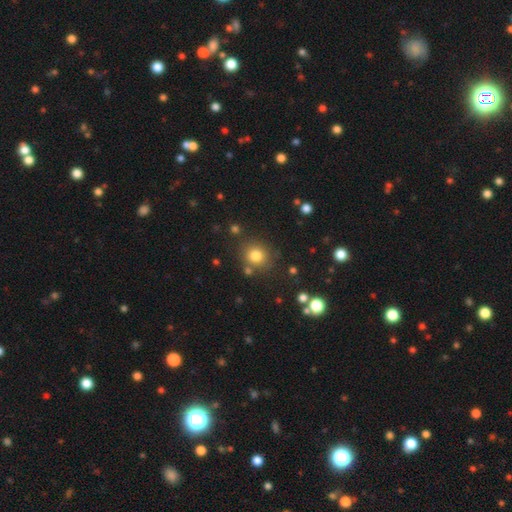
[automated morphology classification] Overall: smooth (81%). How rounded: round (84%). Merging: none (80%).